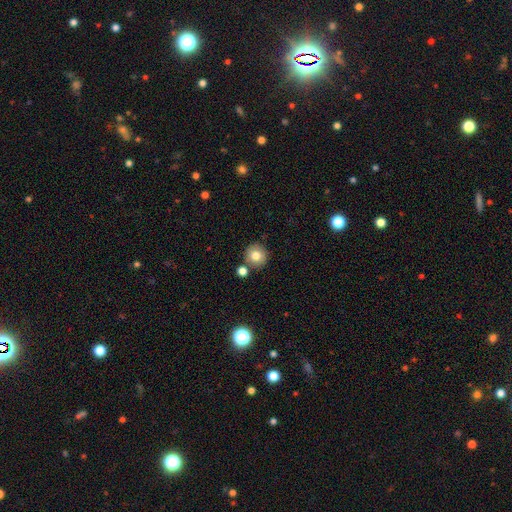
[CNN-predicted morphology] Smooth or featured: smooth — 79% (star or artifact — 10%)
How rounded: round — 91% (in between — 8%)
Merging: none — 77% (merger — 11%)